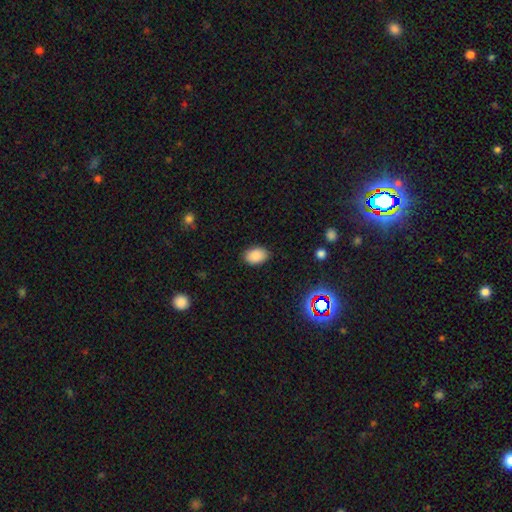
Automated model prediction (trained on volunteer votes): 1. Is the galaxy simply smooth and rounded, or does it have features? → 86% smooth, 9% star or artifact, 4% featured or disk.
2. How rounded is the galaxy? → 86% in between, 13% round, 1% cigar-shaped.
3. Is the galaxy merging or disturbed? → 85% none, 11% minor disturbance, 2% major disturbance, 1% merger.